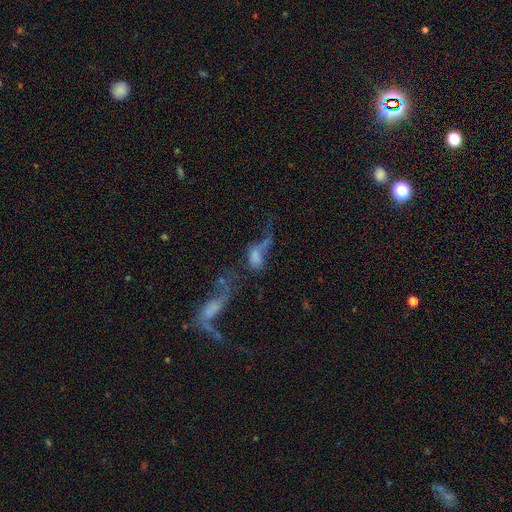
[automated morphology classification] A featured or disk galaxy (43%). Merging: merger (50%).